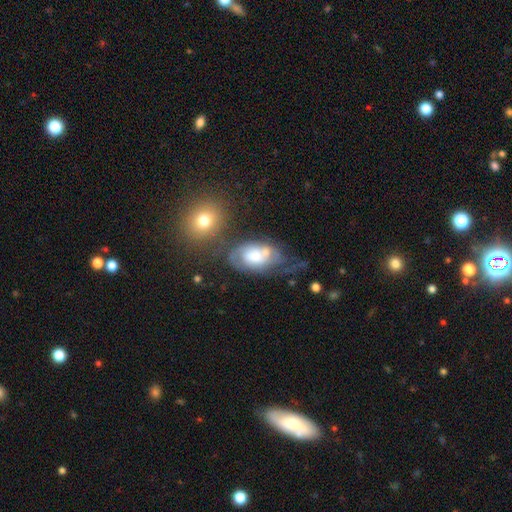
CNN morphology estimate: This is possibly a featured or disk galaxy (55%). It is clearly not viewed edge-on (95%). Bar: likely no (75%). Spiral arm pattern: likely yes (67%). Central bulge: marginally large (39%). Merging: marginally none (29%).